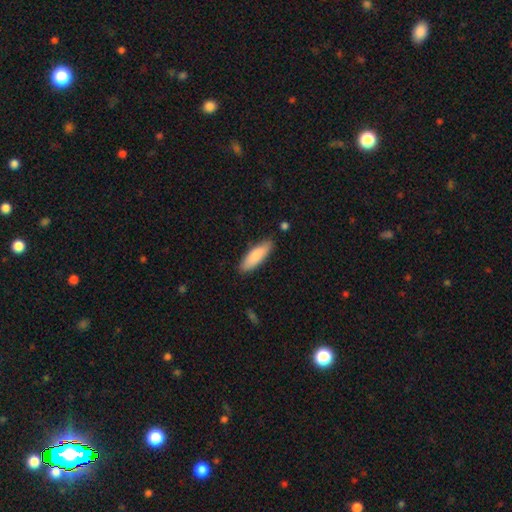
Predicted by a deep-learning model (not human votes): This appears to be a smooth galaxy with no disk features (86%) that is cigar-shaped (52%). Merging: none (84%).